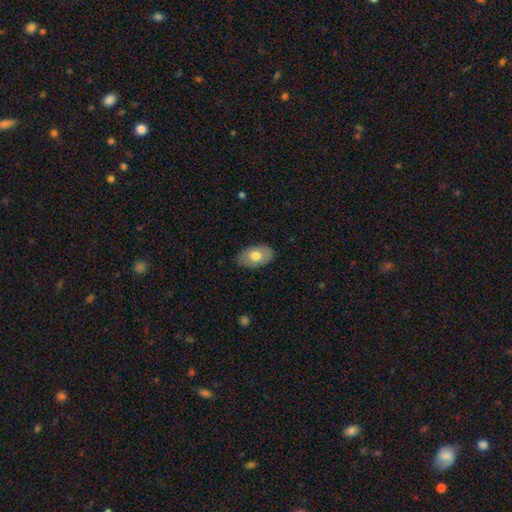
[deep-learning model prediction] smooth 71%, featured or disk 23%, star or artifact 6%. Down the decision tree: how rounded — in between (91%); merging — none (83%).